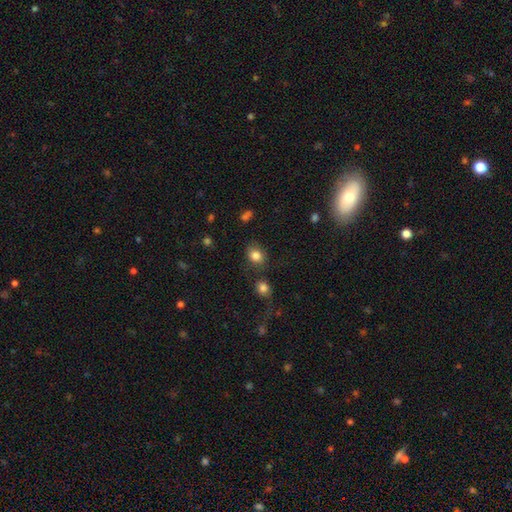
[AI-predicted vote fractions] Smooth or featured? Predicted: smooth (p=0.83). How rounded? Predicted: round (p=0.58). Merging? Predicted: none (p=0.73).